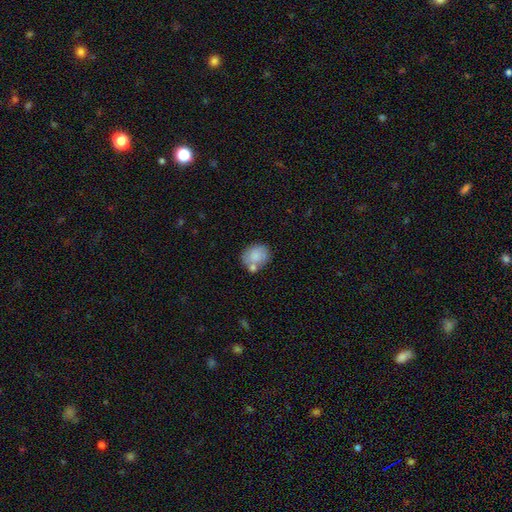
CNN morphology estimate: smooth-or-featured: smooth: 78% | featured or disk: 15% | star or artifact: 7%
  how-rounded: round: 57% | in between: 42% | cigar-shaped: 1%
  merging: none: 55% | merger: 23% | minor disturbance: 17% | major disturbance: 5%